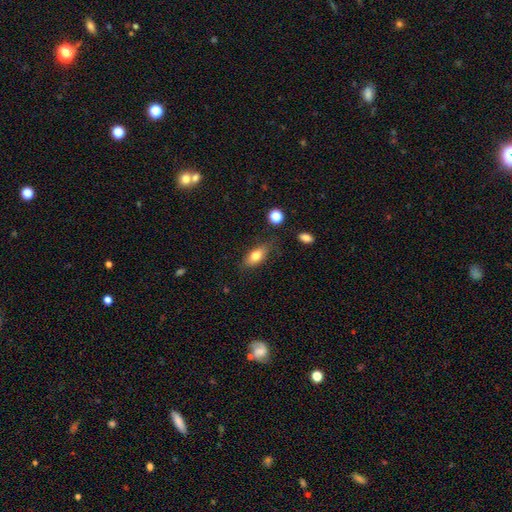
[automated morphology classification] type=smooth (77%); roundness=in between (81%); merging=none (74%).